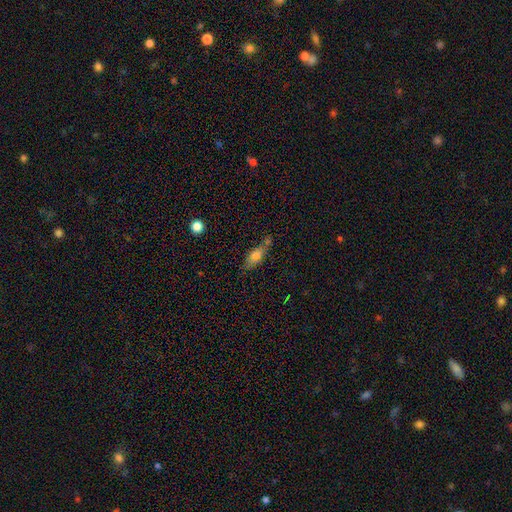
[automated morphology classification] Smooth or featured?
  - smooth: 64% *
  - featured or disk: 25%
  - star or artifact: 11%
How rounded?
  - in between: 61% *
  - cigar-shaped: 35%
  - round: 4%
Merging?
  - none: 54% *
  - minor disturbance: 24%
  - merger: 13%
  - major disturbance: 8%